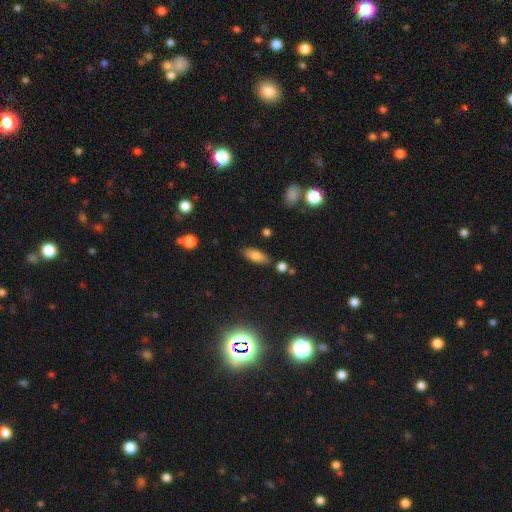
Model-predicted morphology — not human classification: Smooth or featured?
  - smooth: 79% *
  - featured or disk: 12%
  - star or artifact: 9%
How rounded?
  - in between: 82% *
  - cigar-shaped: 15%
  - round: 3%
Merging?
  - none: 81% *
  - minor disturbance: 12%
  - merger: 4%
  - major disturbance: 3%